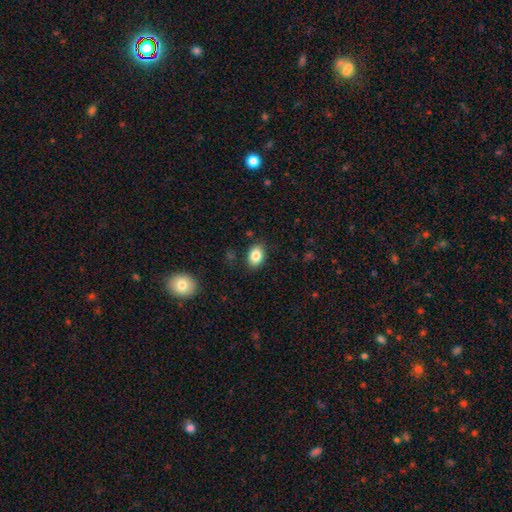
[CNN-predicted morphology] A smooth galaxy with no disk features (84%) that is in between round and cigar-shaped (83%).

Vote fractions:
- Smooth or featured? smooth: 84% / star or artifact: 8% / featured or disk: 7%
- How rounded? in between: 83% / round: 16% / cigar-shaped: 1%
- Merging? none: 85% / minor disturbance: 10% / major disturbance: 3% / merger: 1%